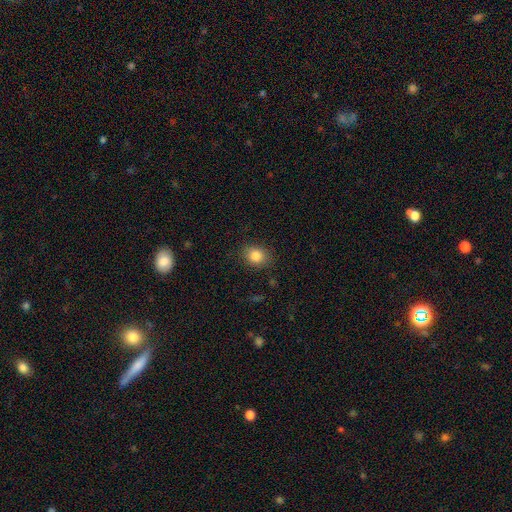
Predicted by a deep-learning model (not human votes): Smooth or featured?
  - smooth: 84% *
  - star or artifact: 10%
  - featured or disk: 6%
How rounded?
  - round: 56% *
  - in between: 43%
  - cigar-shaped: 1%
Merging?
  - none: 85% *
  - minor disturbance: 11%
  - major disturbance: 3%
  - merger: 1%